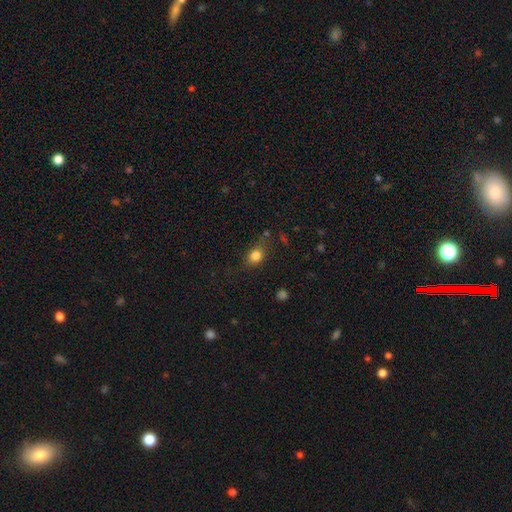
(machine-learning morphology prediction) Smooth or featured: smooth — 80% (star or artifact — 11%)
How rounded: round — 52% (in between — 46%)
Merging: none — 66% (minor disturbance — 22%)